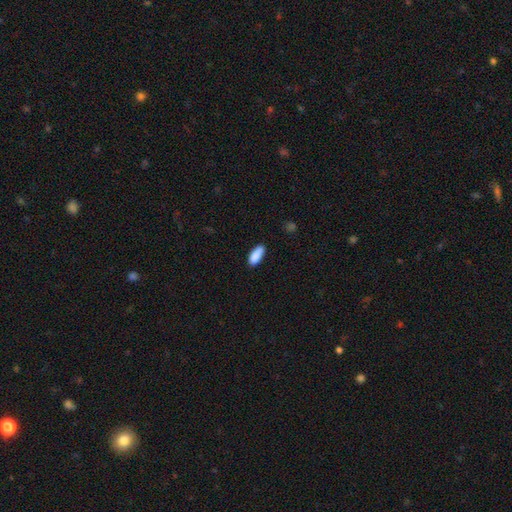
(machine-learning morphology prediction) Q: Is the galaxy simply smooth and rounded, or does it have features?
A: smooth — 87%.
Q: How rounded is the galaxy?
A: in between — 75%.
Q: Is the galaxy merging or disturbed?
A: none — 72%.